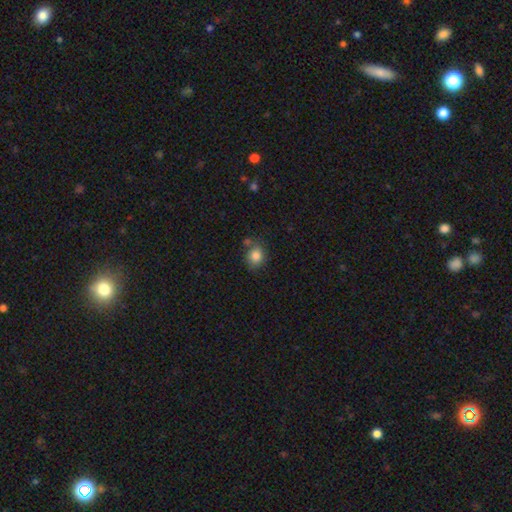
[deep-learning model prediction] Smooth or featured?
  - smooth: 83% *
  - star or artifact: 10%
  - featured or disk: 7%
How rounded?
  - round: 63% *
  - in between: 36%
  - cigar-shaped: 1%
Merging?
  - none: 67% *
  - minor disturbance: 17%
  - merger: 12%
  - major disturbance: 4%